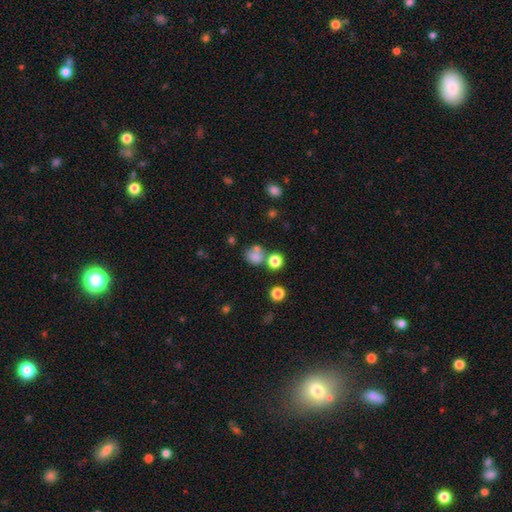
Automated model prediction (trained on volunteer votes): Q: Smooth or featured?
A: smooth (74%); runner-up: star or artifact (15%)
Q: How rounded?
A: round (74%); runner-up: in between (25%)
Q: Merging?
A: none (49%); runner-up: merger (31%)